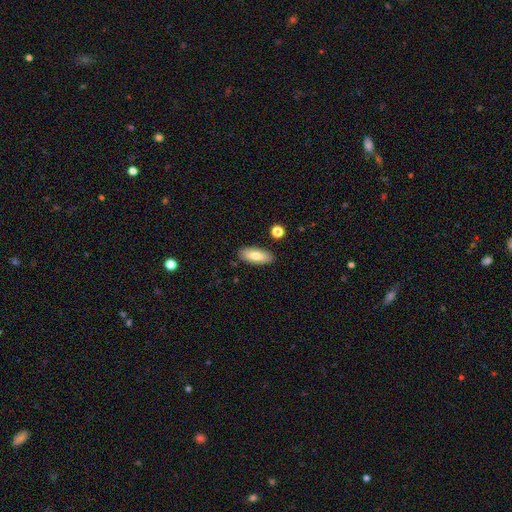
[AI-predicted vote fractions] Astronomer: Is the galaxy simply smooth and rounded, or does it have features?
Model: smooth — 77%.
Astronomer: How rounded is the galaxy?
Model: in between — 79%.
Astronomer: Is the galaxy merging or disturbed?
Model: none — 86%.